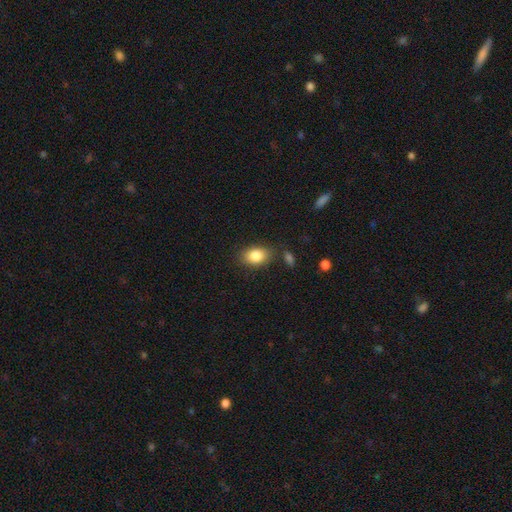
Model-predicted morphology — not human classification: A smooth galaxy with no disk features (84%) that is in between round and cigar-shaped (81%).

Vote fractions:
- Smooth or featured? smooth: 84% / star or artifact: 8% / featured or disk: 8%
- How rounded? in between: 81% / round: 17% / cigar-shaped: 2%
- Merging? none: 78% / minor disturbance: 14% / merger: 5% / major disturbance: 4%